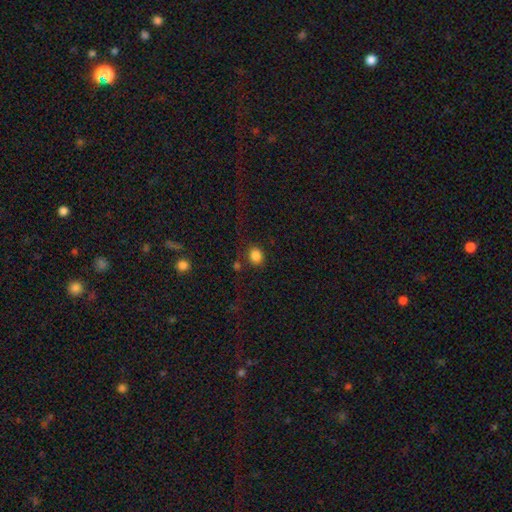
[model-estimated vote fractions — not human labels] Smooth or featured?
  - smooth: 84% *
  - star or artifact: 11%
  - featured or disk: 4%
How rounded?
  - round: 75% *
  - in between: 24%
  - cigar-shaped: 1%
Merging?
  - none: 78% *
  - minor disturbance: 11%
  - merger: 6%
  - major disturbance: 5%